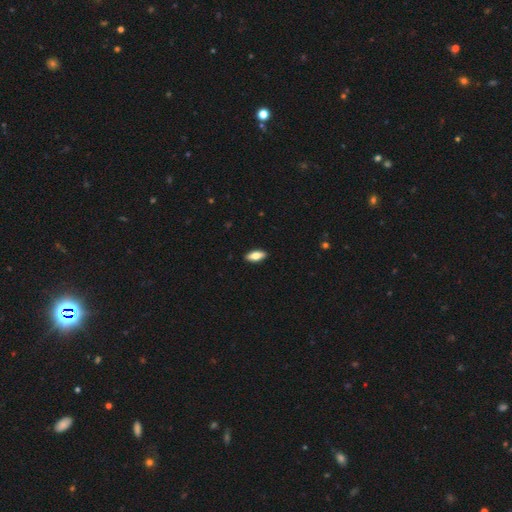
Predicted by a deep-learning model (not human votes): This appears to be a smooth galaxy with no disk features (73%) that is in between round and cigar-shaped (81%). Merging: none (91%).